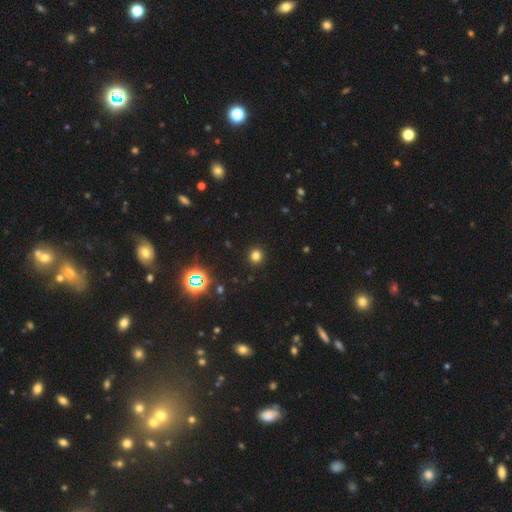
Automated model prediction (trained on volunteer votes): Morphology: type=smooth (77%); roundness=round (91%); merging=none (92%).